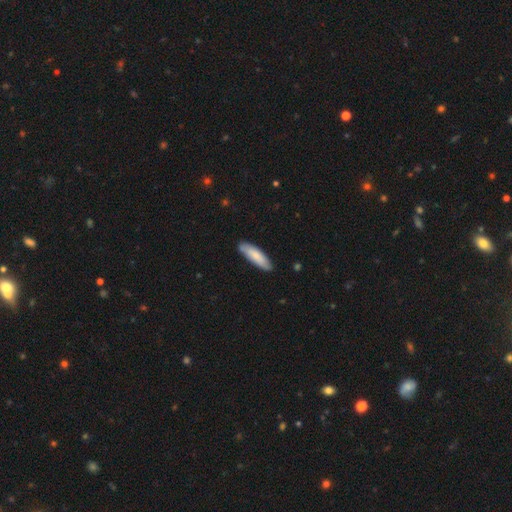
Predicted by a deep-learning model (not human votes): Q: Smooth or featured?
A: smooth (79%); runner-up: featured or disk (16%)
Q: How rounded?
A: cigar-shaped (59%); runner-up: in between (40%)
Q: Merging?
A: none (83%); runner-up: minor disturbance (14%)